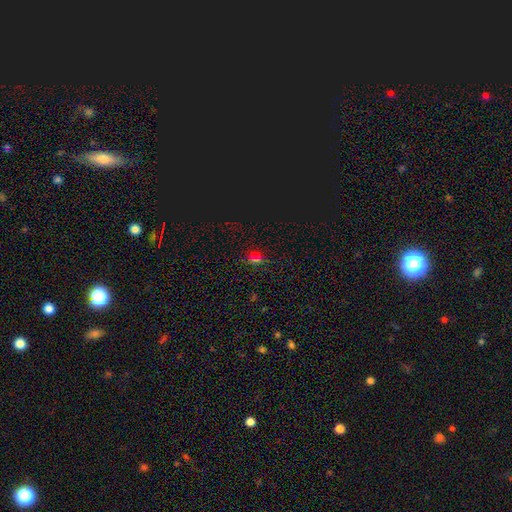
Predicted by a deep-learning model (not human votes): The model was most divided on "smooth or featured": star or artifact: 53%, smooth: 39%, featured or disk: 8%.